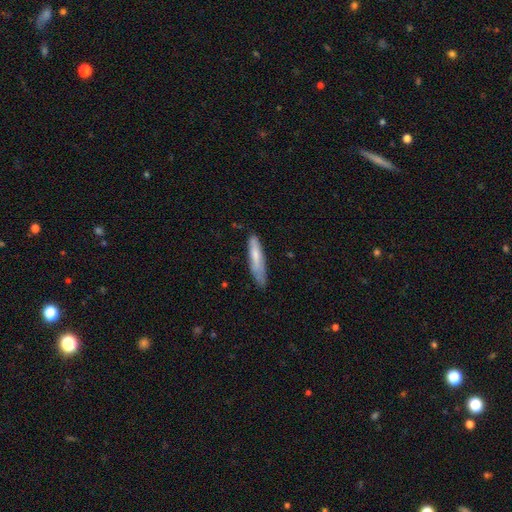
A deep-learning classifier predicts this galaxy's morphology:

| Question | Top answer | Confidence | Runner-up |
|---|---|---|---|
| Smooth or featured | smooth | 69% | featured or disk (25%) |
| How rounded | cigar-shaped | 82% | in between (17%) |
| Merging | none | 61% | minor disturbance (29%) |